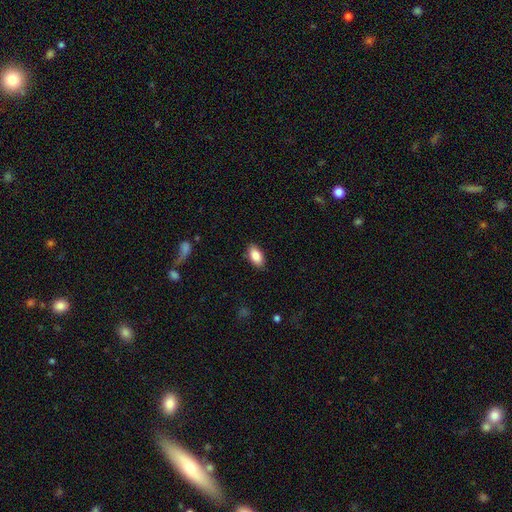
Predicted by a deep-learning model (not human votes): This is clearly a smooth galaxy (86%). How rounded: clearly in between (93%). Merging: clearly none (85%).